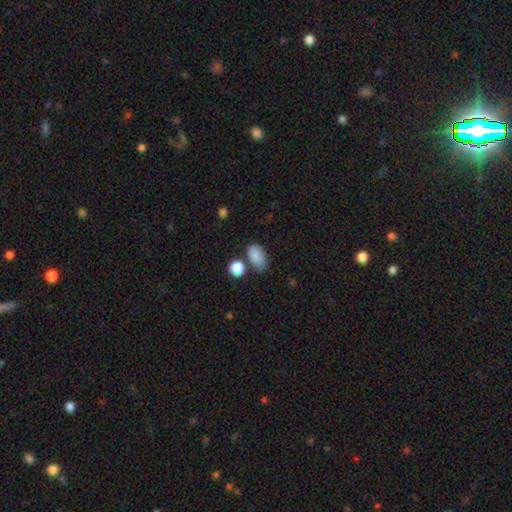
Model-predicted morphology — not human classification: smooth 86%, star or artifact 9%, featured or disk 5%. Down the decision tree: how rounded — in between (87%); merging — none (61%).